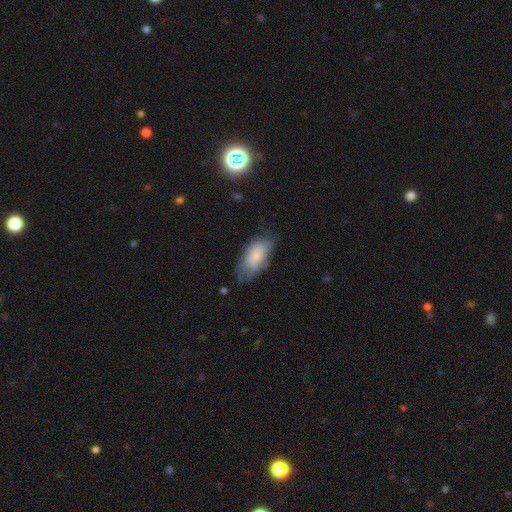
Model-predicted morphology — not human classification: This is likely a smooth galaxy (69%). How rounded: clearly in between (91%). Merging: possibly none (51%).